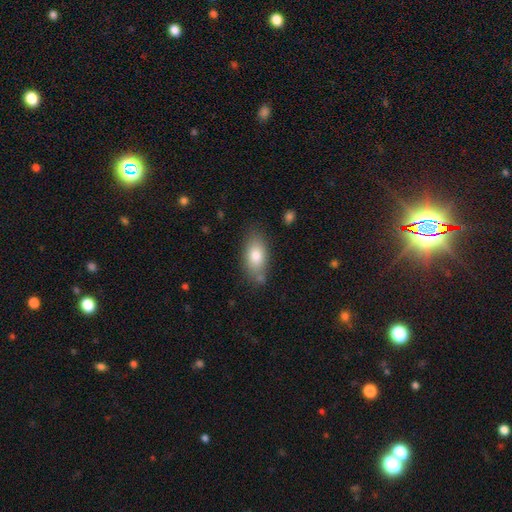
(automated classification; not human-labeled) Q: Smooth or featured?
A: smooth (79%); runner-up: featured or disk (13%)
Q: How rounded?
A: in between (89%); runner-up: round (6%)
Q: Merging?
A: none (73%); runner-up: minor disturbance (17%)